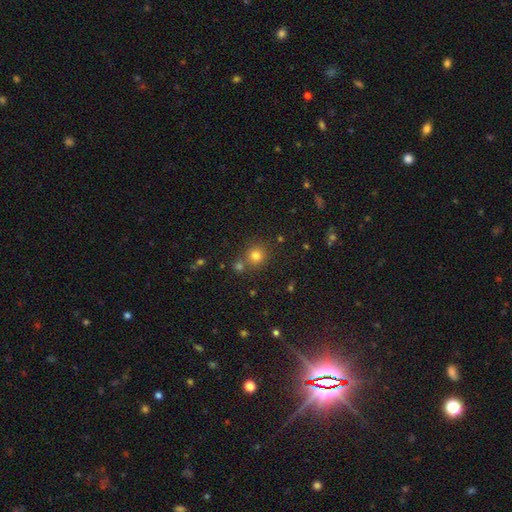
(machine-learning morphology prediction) Smooth or featured: smooth — 78% (star or artifact — 15%)
How rounded: round — 90% (in between — 9%)
Merging: none — 73% (merger — 15%)